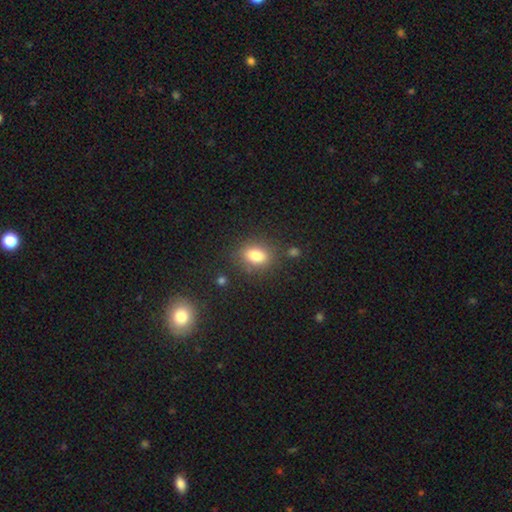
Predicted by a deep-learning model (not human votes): Overall: smooth (82%). How rounded: in between (68%; round 30%). Merging: none (80%).